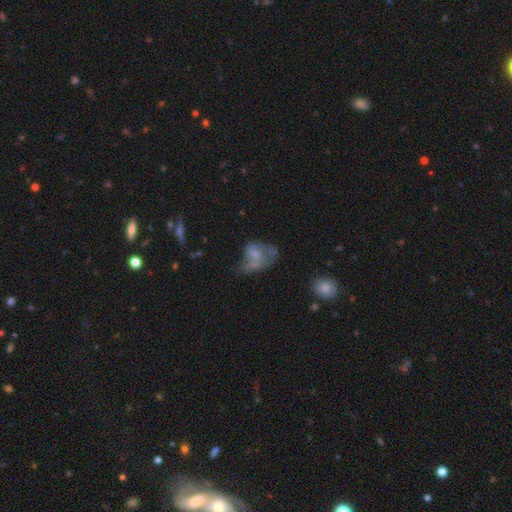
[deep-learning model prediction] smooth 47%, featured or disk 42%, star or artifact 12%. Down the decision tree: merging — major disturbance (37%).